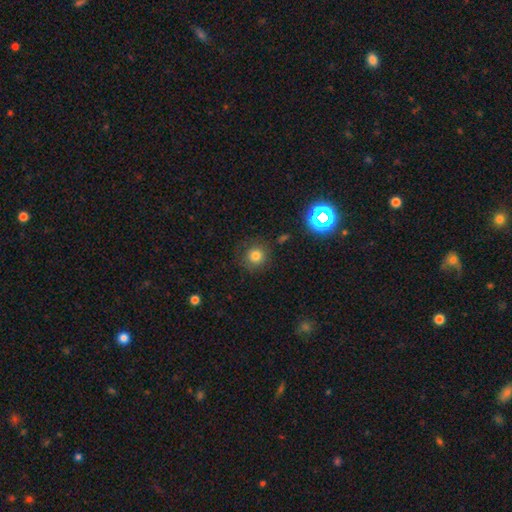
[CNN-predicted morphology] A smooth galaxy with no disk features (76%) that is round (93%). Merging: none (82%).